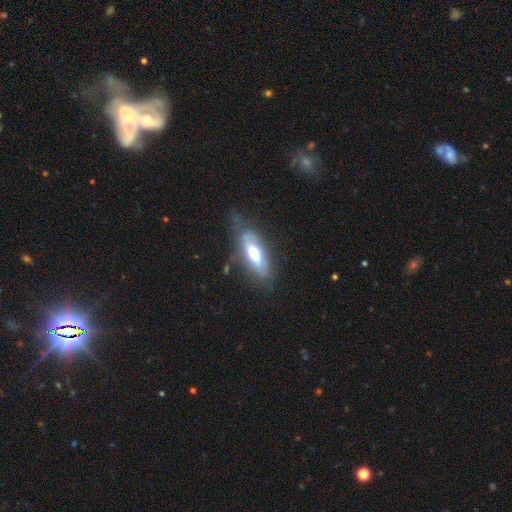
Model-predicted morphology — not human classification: A featured or disk galaxy (57%).

Vote fractions:
- Smooth or featured? featured or disk: 57% / smooth: 36% / star or artifact: 7%
- Edge-on disk? no: 66% / yes: 34%
- Merging? none: 58% / minor disturbance: 28% / major disturbance: 12% / merger: 2%